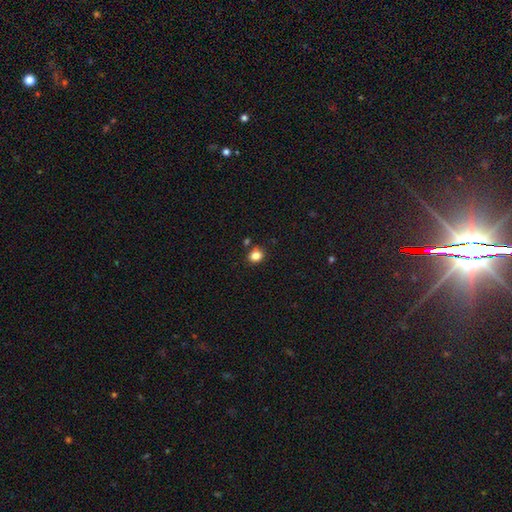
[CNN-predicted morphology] Smooth or featured? smooth (84%)
How rounded? round (69%)
Merging? none (82%)